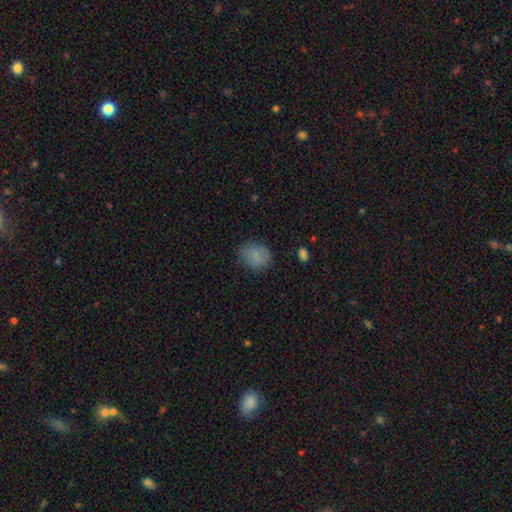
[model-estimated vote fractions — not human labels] The model was most divided on "how rounded": round: 63%, in between: 36%, cigar-shaped: 1%. More confident: smooth or featured — smooth (82%); merging — none (79%).